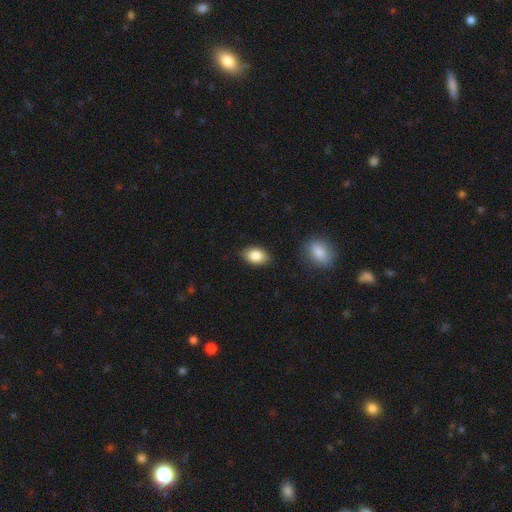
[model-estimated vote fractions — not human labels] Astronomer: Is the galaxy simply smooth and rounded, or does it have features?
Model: smooth — 85%.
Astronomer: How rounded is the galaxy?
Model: in between — 88%.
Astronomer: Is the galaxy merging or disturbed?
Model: none — 86%.